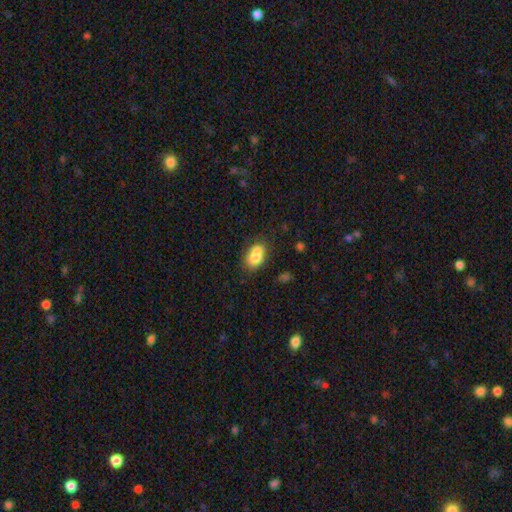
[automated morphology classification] type=smooth (80%); roundness=in between (84%); merging=none (55%).